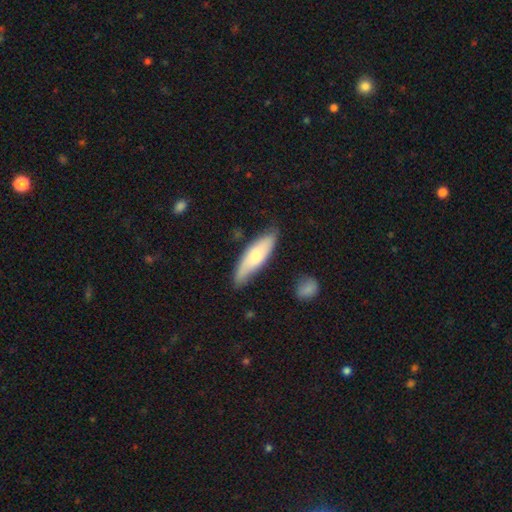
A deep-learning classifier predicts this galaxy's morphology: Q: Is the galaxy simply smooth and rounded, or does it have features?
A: smooth — 66%.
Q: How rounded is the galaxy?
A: cigar-shaped — 55%.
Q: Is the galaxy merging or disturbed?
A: none — 74%.